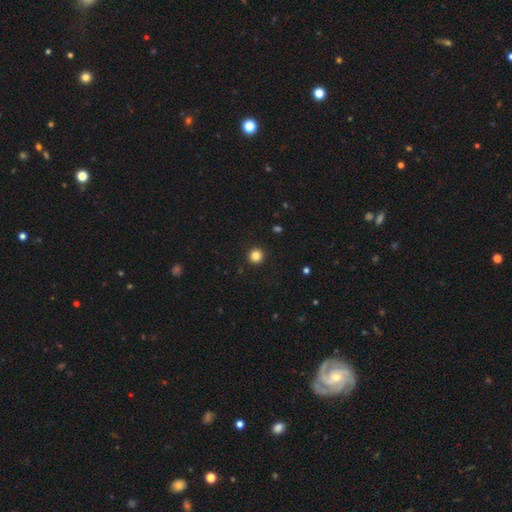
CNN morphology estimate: This appears to be a smooth galaxy with no disk features (84%) that is round (95%). Merging: none (93%).